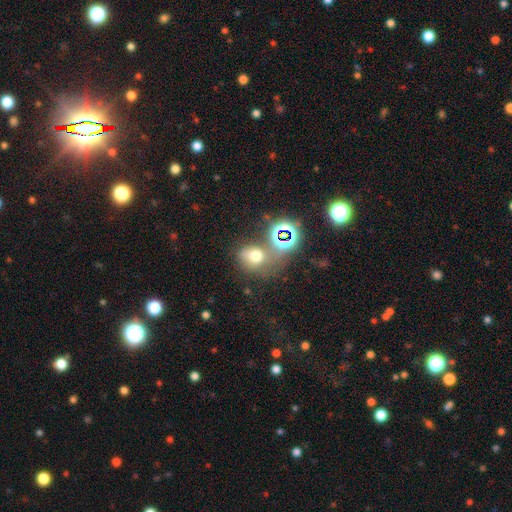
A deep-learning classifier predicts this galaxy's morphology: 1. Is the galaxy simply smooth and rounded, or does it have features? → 57% smooth, 28% star or artifact, 15% featured or disk.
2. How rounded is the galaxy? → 56% round, 43% in between, 1% cigar-shaped.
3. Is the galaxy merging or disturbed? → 42% none, 27% merger, 16% minor disturbance, 14% major disturbance.